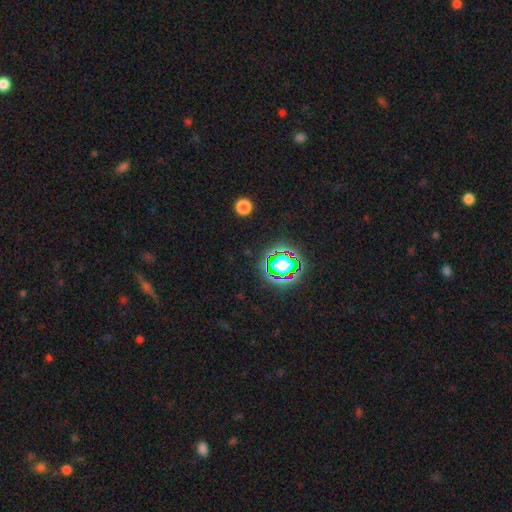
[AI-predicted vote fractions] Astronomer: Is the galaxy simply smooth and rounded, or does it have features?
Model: star or artifact — 75%.